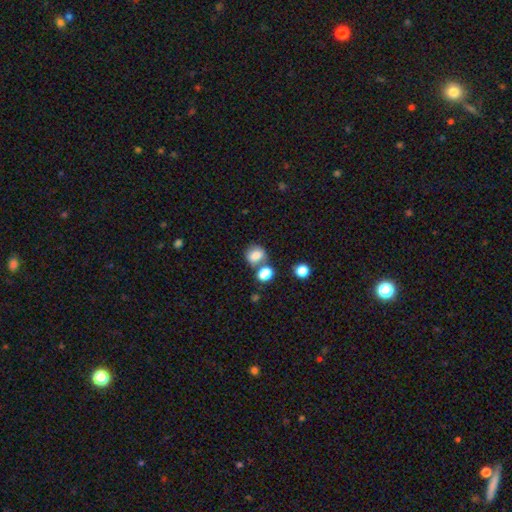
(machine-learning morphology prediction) smooth_or_featured: smooth (p=0.80) [alt: star or artifact p=0.11]
how_rounded: round (p=0.54) [alt: in between p=0.45]
merging: none (p=0.52) [alt: merger p=0.30]